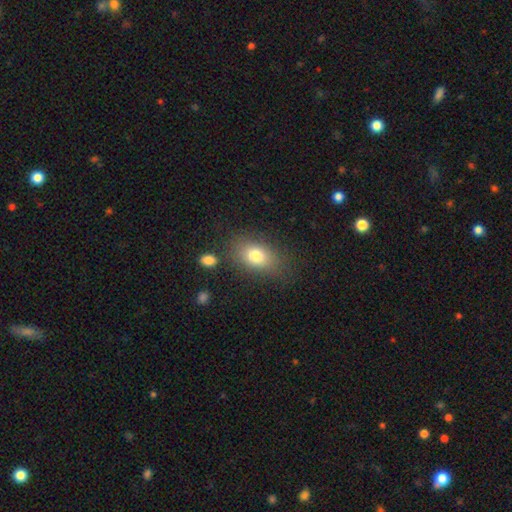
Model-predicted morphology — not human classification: This is likely a smooth galaxy (78%). How rounded: clearly in between (81%). Merging: likely none (77%).